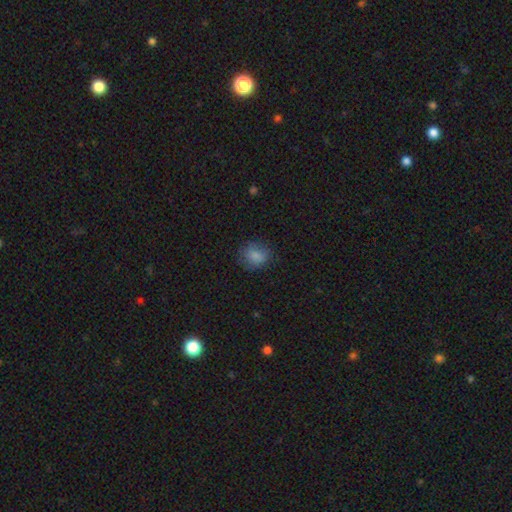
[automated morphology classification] type=smooth (83%); roundness=round (66%); merging=none (76%).